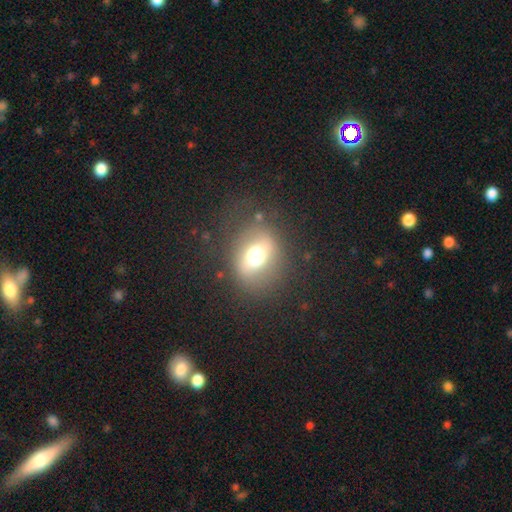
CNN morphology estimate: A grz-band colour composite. It shows a smooth galaxy with no disk features (60%) that is round (55%). Merging: none (76%).